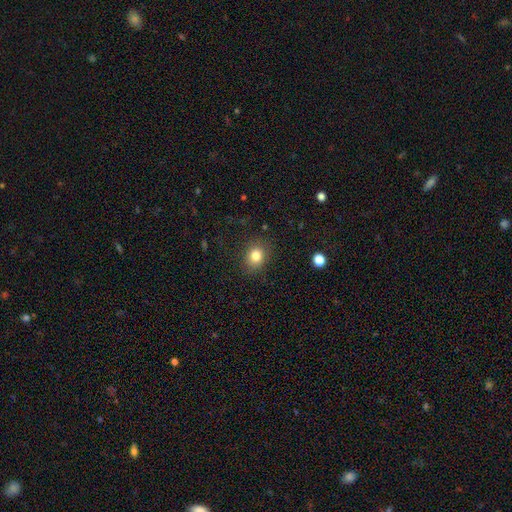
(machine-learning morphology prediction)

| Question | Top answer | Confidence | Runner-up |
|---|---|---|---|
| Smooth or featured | smooth | 81% | star or artifact (12%) |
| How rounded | round | 63% | in between (36%) |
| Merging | none | 85% | minor disturbance (10%) |